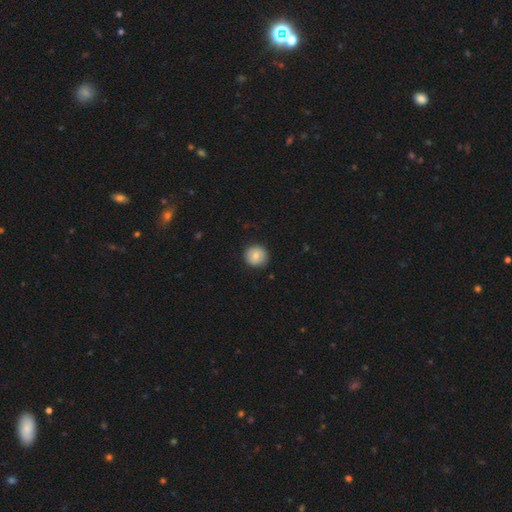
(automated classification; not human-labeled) A smooth galaxy with no disk features (77%) that is round (93%).

Vote fractions:
- Smooth or featured? smooth: 77% / featured or disk: 15% / star or artifact: 8%
- How rounded? round: 93% / in between: 6% / cigar-shaped: 1%
- Merging? none: 88% / minor disturbance: 9% / major disturbance: 2% / merger: 1%